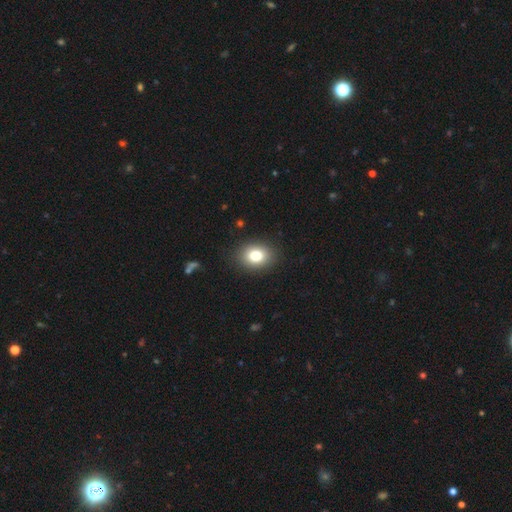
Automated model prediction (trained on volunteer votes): A smooth galaxy with no disk features (81%) that is in between round and cigar-shaped (64%).

Vote fractions:
- Smooth or featured? smooth: 81% / star or artifact: 10% / featured or disk: 9%
- How rounded? in between: 64% / round: 35% / cigar-shaped: 1%
- Merging? none: 88% / minor disturbance: 8% / major disturbance: 3% / merger: 1%